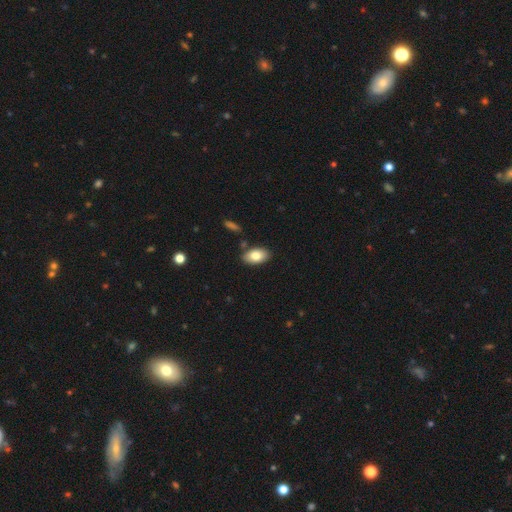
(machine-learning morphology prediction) Smooth or featured? Predicted: smooth (p=0.83). How rounded? Predicted: in between (p=0.93). Merging? Predicted: none (p=0.83).